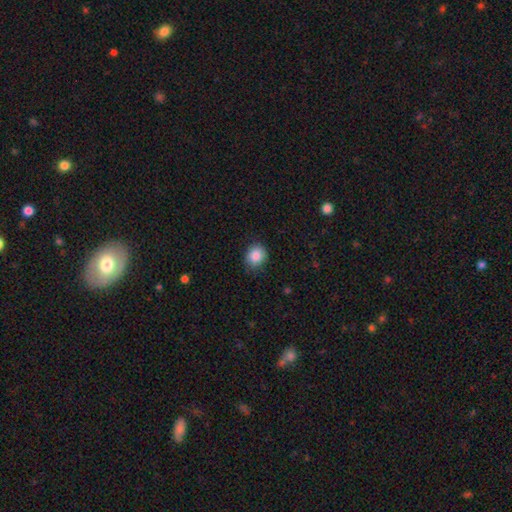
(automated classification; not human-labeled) A smooth galaxy with no disk features (87%) that is round (70%).

Vote fractions:
- Smooth or featured? smooth: 87% / star or artifact: 8% / featured or disk: 5%
- How rounded? round: 70% / in between: 30% / cigar-shaped: 1%
- Merging? none: 80% / minor disturbance: 16% / major disturbance: 3% / merger: 1%